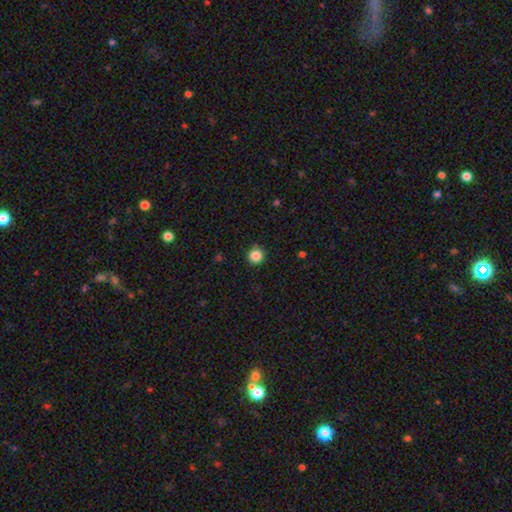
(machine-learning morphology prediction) This appears to be a smooth galaxy with no disk features (86%) that is round (95%). Merging: none (90%).